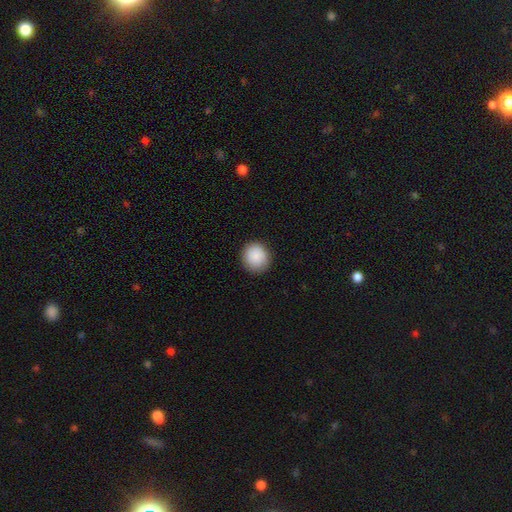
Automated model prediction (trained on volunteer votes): smooth-or-featured: smooth: 89% | star or artifact: 7% | featured or disk: 3%
  how-rounded: round: 87% | in between: 12% | cigar-shaped: 1%
  merging: none: 90% | minor disturbance: 7% | major disturbance: 2% | merger: 1%